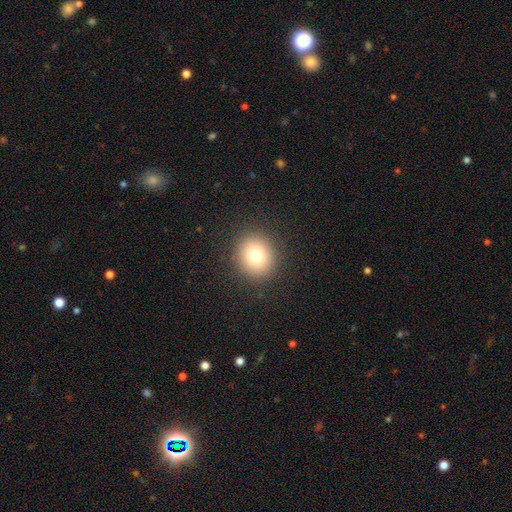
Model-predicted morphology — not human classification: Overall: smooth (77%). How rounded: round (86%). Merging: none (90%).